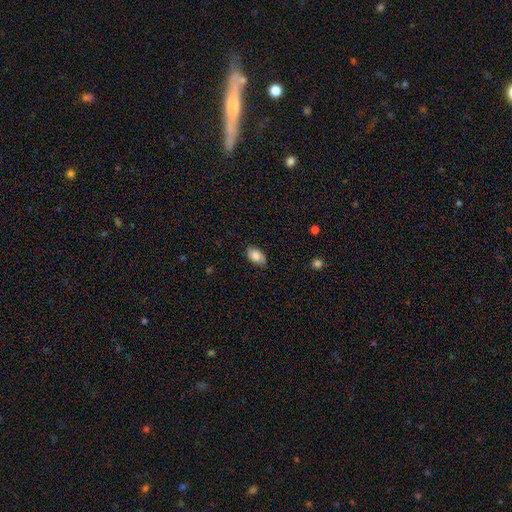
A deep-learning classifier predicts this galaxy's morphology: A smooth galaxy with no disk features (80%) that is in between round and cigar-shaped (91%). Merging: none (78%).